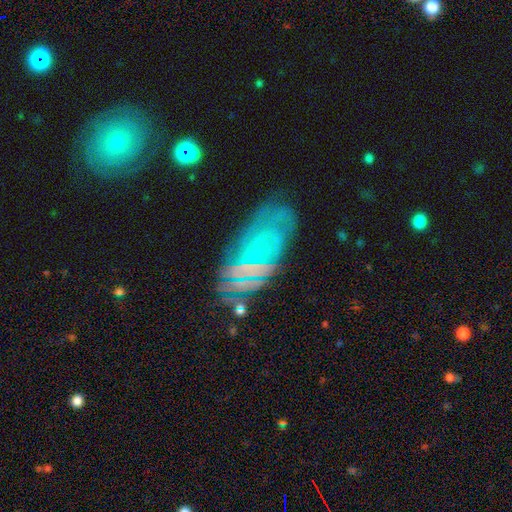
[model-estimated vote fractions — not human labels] Smooth or featured? Predicted: featured or disk (p=0.55). Edge-on disk? Predicted: no (p=0.90). Merging? Predicted: none (p=0.56).